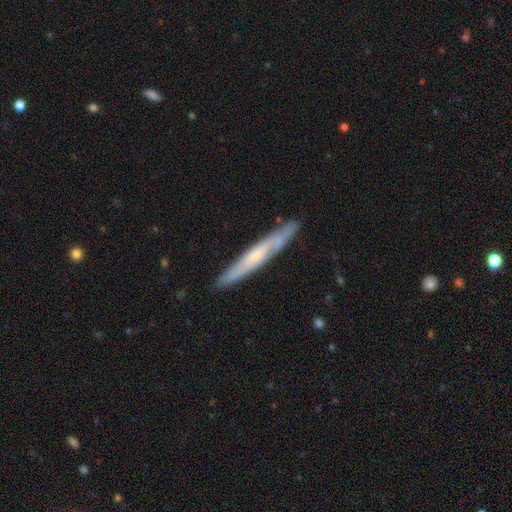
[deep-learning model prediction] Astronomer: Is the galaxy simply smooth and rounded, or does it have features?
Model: featured or disk — 59% (runner-up: smooth, 36%).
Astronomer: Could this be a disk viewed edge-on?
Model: yes — 85%.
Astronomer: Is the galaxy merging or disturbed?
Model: none — 85%.